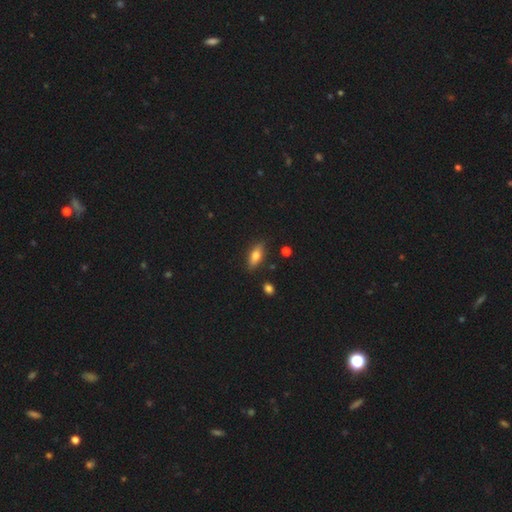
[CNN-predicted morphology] This is likely a smooth galaxy (63%). How rounded: likely in between (67%). Merging: clearly none (84%).